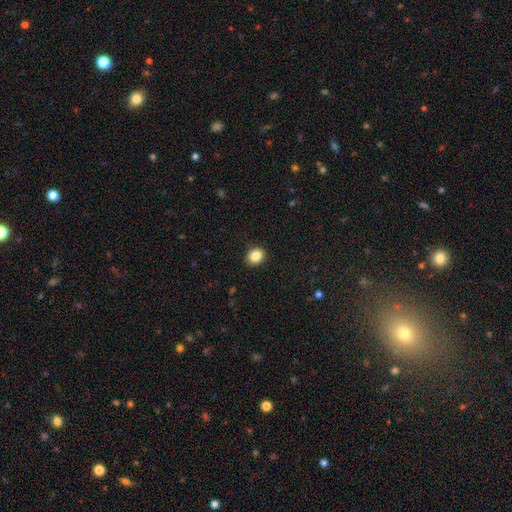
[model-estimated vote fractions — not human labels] Smooth or featured? smooth (86%)
How rounded? round (56%)
Merging? none (89%)